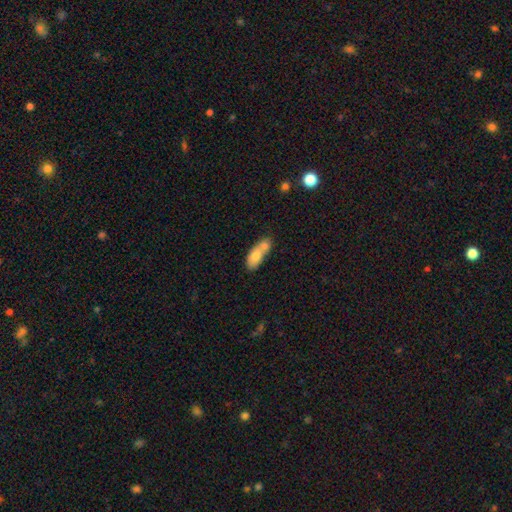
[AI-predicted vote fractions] Morphology: type=smooth (72%); roundness=in between (77%); merging=merger (59%).